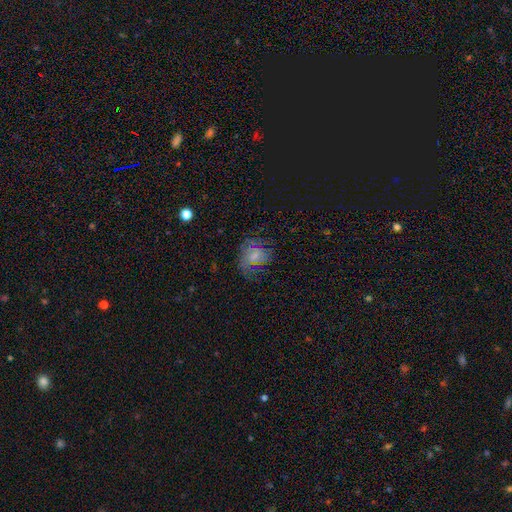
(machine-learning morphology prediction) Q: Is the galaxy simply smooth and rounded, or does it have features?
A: smooth — 47%.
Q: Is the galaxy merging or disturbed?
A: none — 49%.